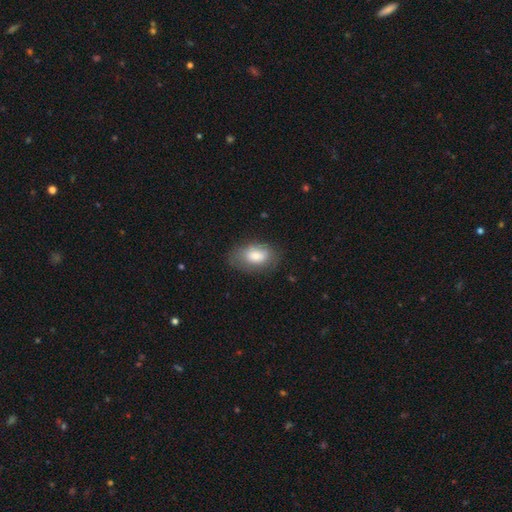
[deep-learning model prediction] The model was most divided on "merging": none: 67%, minor disturbance: 23%, major disturbance: 8%, merger: 1%. More confident: how rounded — in between (89%); smooth or featured — smooth (78%).